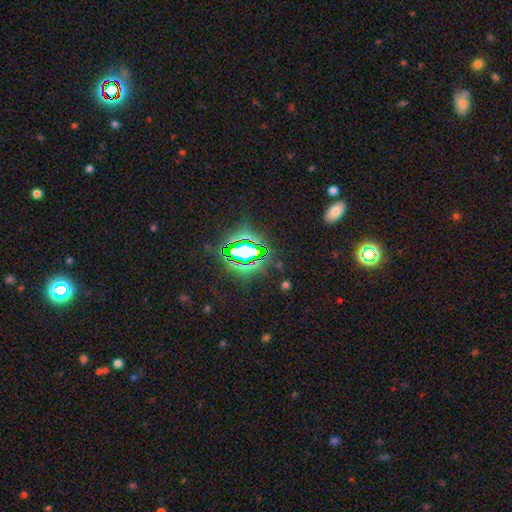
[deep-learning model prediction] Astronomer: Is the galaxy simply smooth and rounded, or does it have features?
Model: star or artifact — 82%.